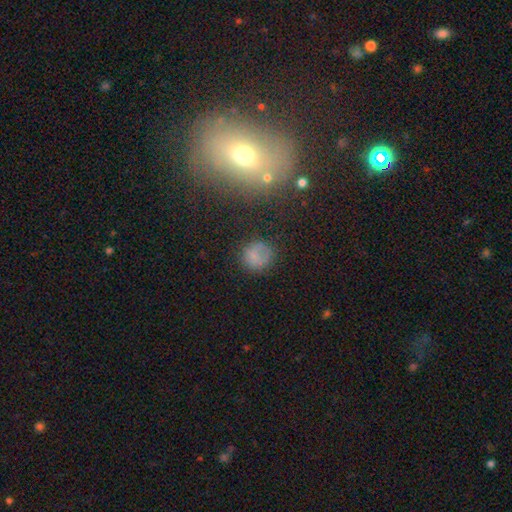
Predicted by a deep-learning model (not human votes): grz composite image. It shows a smooth galaxy with no disk features (69%) that is round (86%). Merging: none (71%).